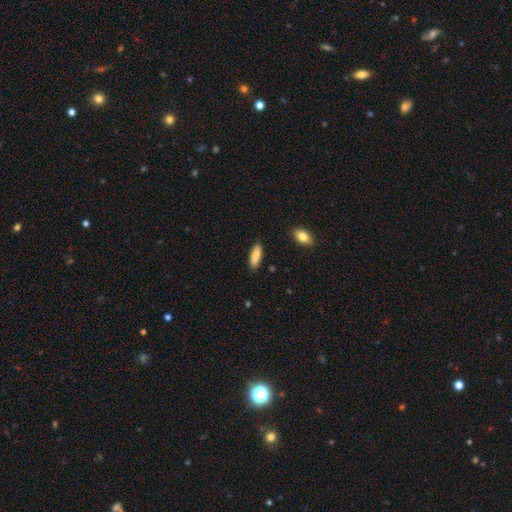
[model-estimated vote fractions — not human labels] Smooth or featured: smooth — 87% (featured or disk — 7%)
How rounded: in between — 53% (cigar-shaped — 46%)
Merging: none — 86% (minor disturbance — 10%)